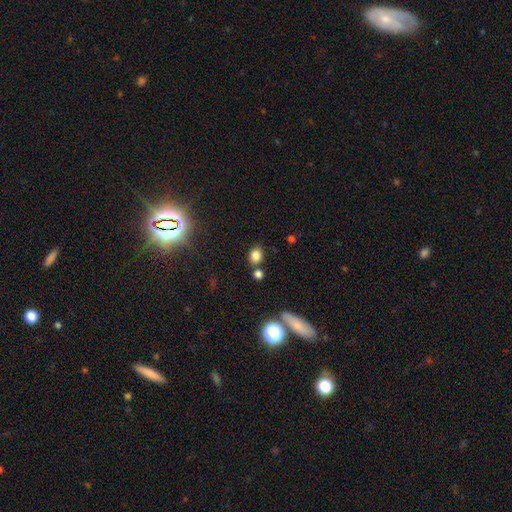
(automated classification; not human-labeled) Q: Smooth or featured?
A: smooth (80%); runner-up: star or artifact (13%)
Q: How rounded?
A: round (53%); runner-up: in between (45%)
Q: Merging?
A: none (70%); runner-up: merger (14%)